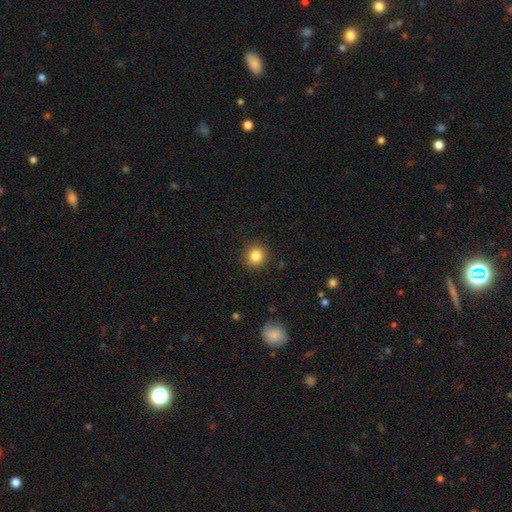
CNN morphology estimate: Smooth or featured? Predicted: smooth (p=0.83). How rounded? Predicted: round (p=0.92). Merging? Predicted: none (p=0.91).